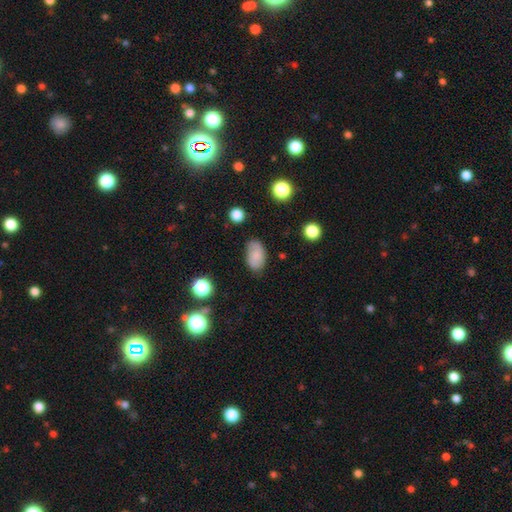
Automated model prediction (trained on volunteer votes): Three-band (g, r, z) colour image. It shows a smooth galaxy with no disk features (72%) that is in between round and cigar-shaped (91%). Merging: none (74%).